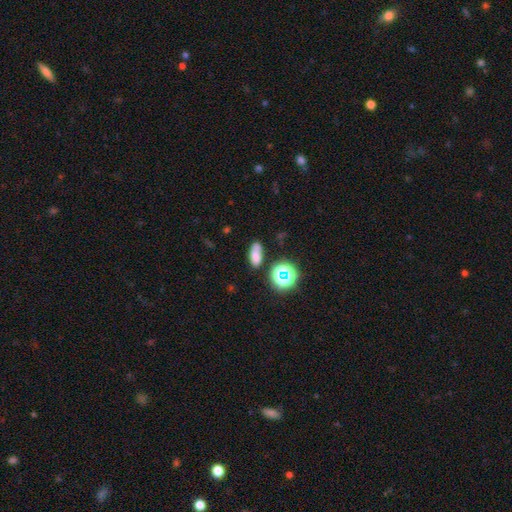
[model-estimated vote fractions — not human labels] Smooth or featured? Predicted: smooth (p=0.68). How rounded? Predicted: in between (p=0.73). Merging? Predicted: none (p=0.64).